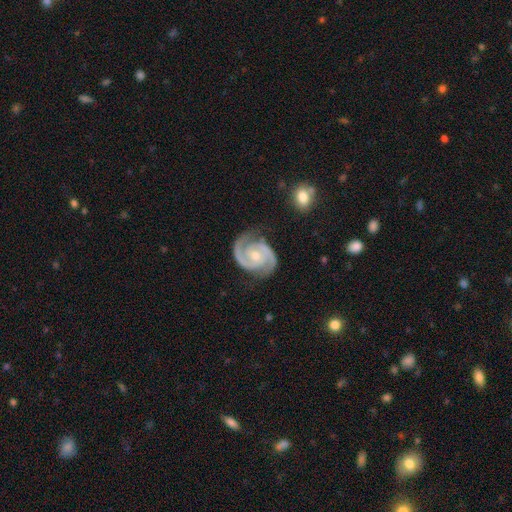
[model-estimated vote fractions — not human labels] Morphology: type=featured or disk (93%); edge-on=no (98%); bar=no (59%); spiral arms=yes (99%); winding=tight (49%); arm count=2 (93%); bulge=moderate (56%); merging=none (79%).